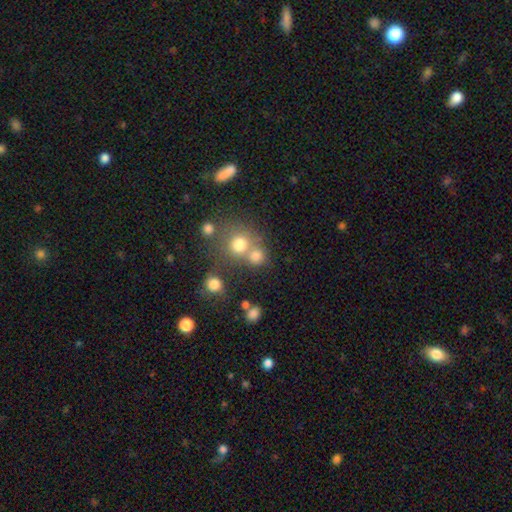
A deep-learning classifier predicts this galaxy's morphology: Q: Smooth or featured?
A: smooth (76%); runner-up: star or artifact (15%)
Q: How rounded?
A: round (86%); runner-up: in between (13%)
Q: Merging?
A: none (53%); runner-up: merger (34%)